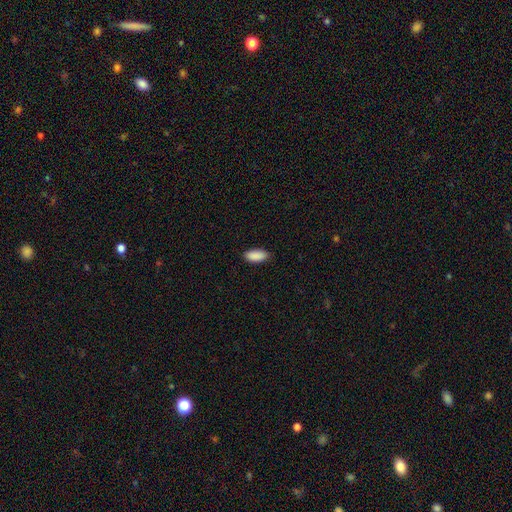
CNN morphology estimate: smooth-or-featured: smooth: 91% | star or artifact: 6% | featured or disk: 3%
  how-rounded: in between: 86% | cigar-shaped: 12% | round: 2%
  merging: none: 86% | minor disturbance: 11% | major disturbance: 2% | merger: 1%